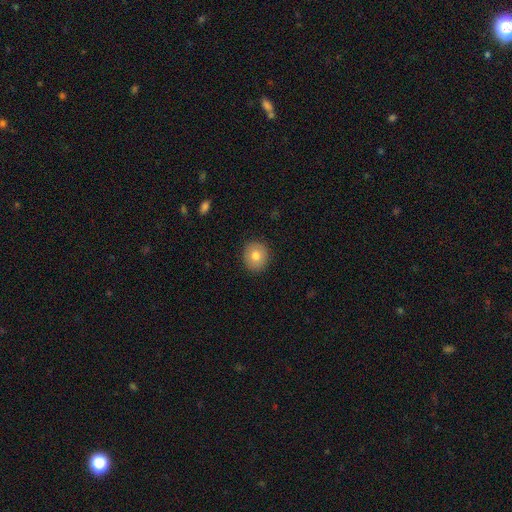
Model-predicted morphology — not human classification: A smooth galaxy with no disk features (78%) that is round (82%). Merging: none (90%).